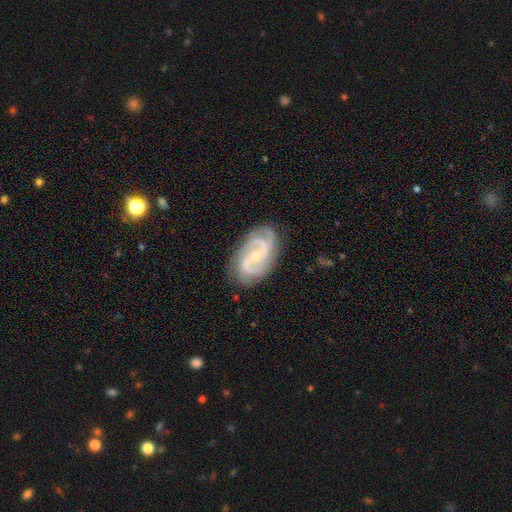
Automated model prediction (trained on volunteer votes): This is clearly a featured or disk galaxy (89%). It is clearly not viewed edge-on (97%). Bar: possibly no (50%). Spiral arm pattern: clearly yes (98%). Spiral arm count: marginally 2 (36%). Spiral winding: possibly tight (47%). Central bulge: likely small (72%). Merging: likely none (79%).